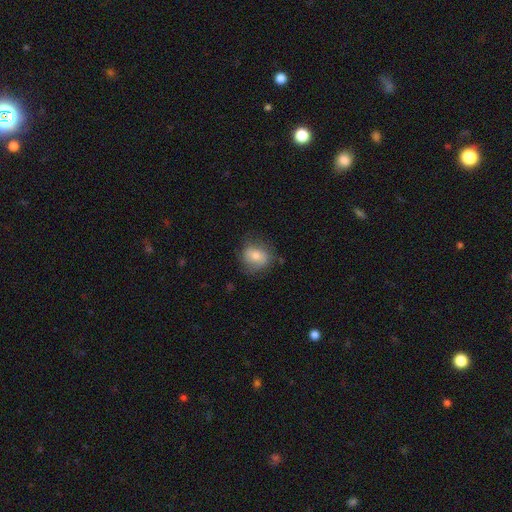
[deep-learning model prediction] smooth 64%, featured or disk 27%, star or artifact 9%. Down the decision tree: how rounded — round (65%); merging — none (66%).